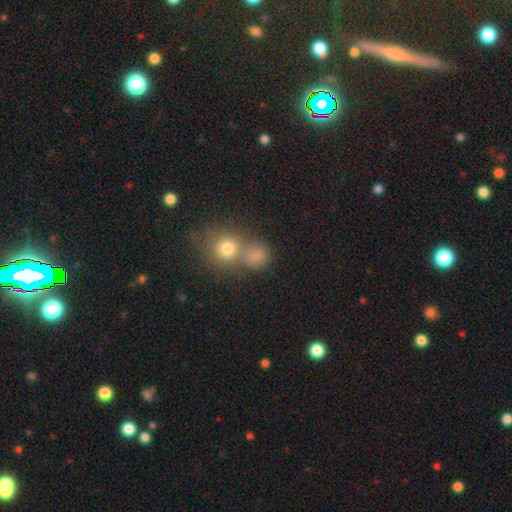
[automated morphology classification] smooth_or_featured: smooth (p=0.76) [alt: star or artifact p=0.15]
how_rounded: round (p=0.77) [alt: in between p=0.21]
merging: none (p=0.45) [alt: merger p=0.40]